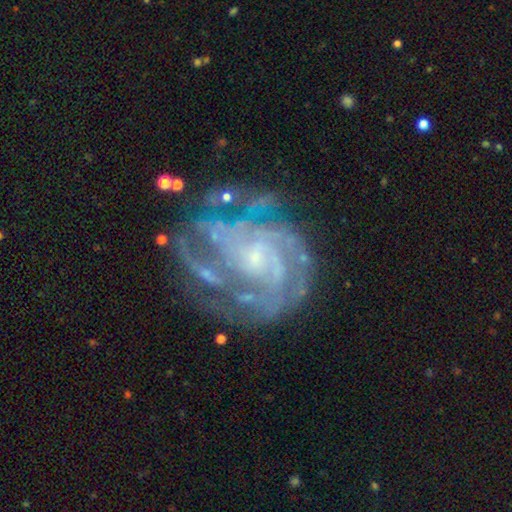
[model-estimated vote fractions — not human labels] Smooth or featured? featured or disk (87%)
Edge-on disk? no (98%)
Bar? no (61%)
Spiral arms? yes (95%)
Spiral winding? tight (62%)
Spiral arm count? can't tell (27%)
Bulge size? small (70%)
Merging? none (60%)